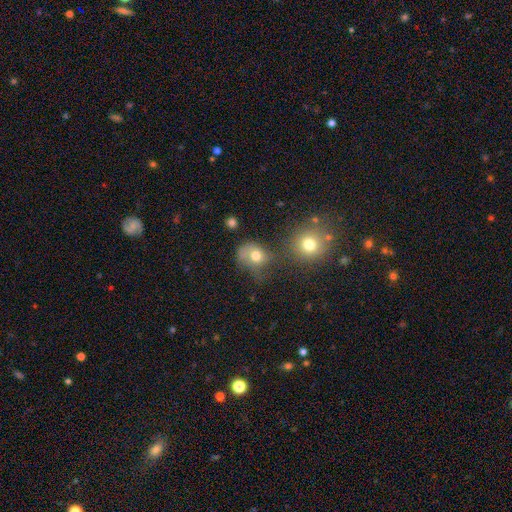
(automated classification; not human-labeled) Overall: smooth (71%). How rounded: round (67%; in between 32%). Merging: none (38%; minor disturbance 22%).